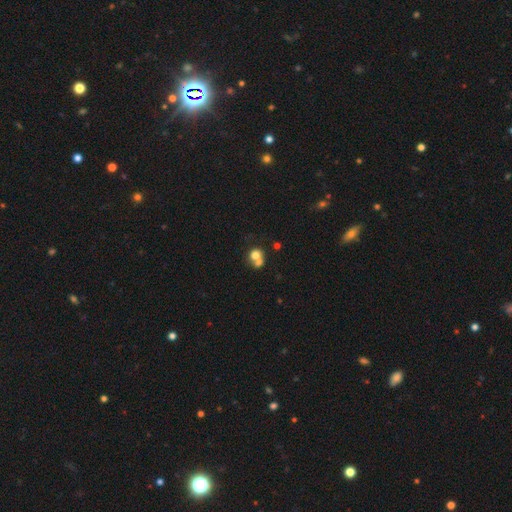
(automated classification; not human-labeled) This is likely a smooth galaxy (72%). How rounded: likely round (77%). Merging: possibly merger (56%).